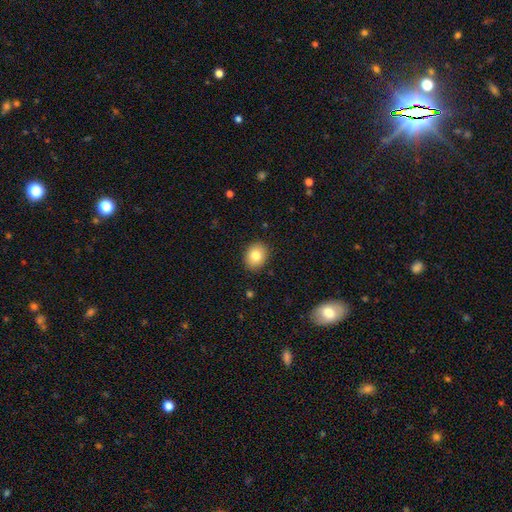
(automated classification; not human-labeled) Q: Smooth or featured?
A: smooth (81%); runner-up: featured or disk (9%)
Q: How rounded?
A: round (56%); runner-up: in between (43%)
Q: Merging?
A: none (89%); runner-up: minor disturbance (8%)